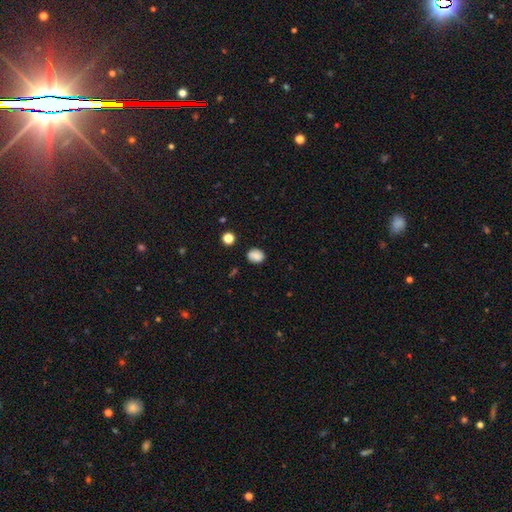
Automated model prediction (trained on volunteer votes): Morphology: type=smooth (81%); roundness=round (57%); merging=none (78%).